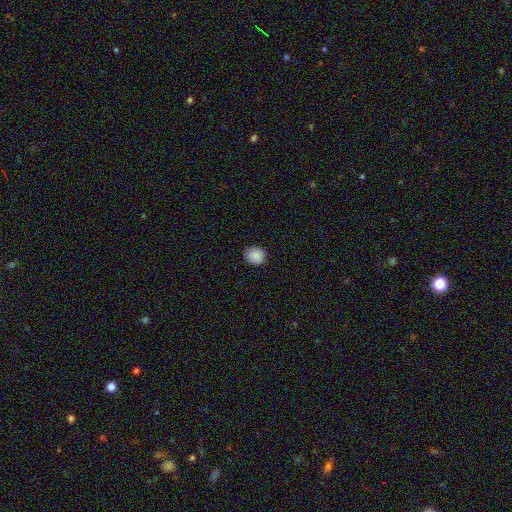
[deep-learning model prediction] This appears to be a smooth galaxy with no disk features (87%) that is round (79%). Merging: none (87%).